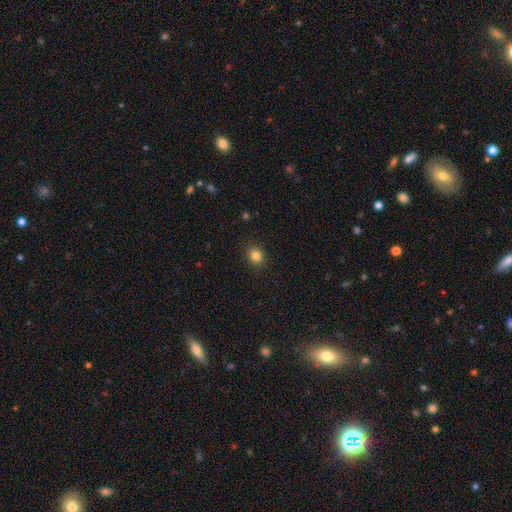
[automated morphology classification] Q: Smooth or featured?
A: smooth (84%); runner-up: star or artifact (11%)
Q: How rounded?
A: round (71%); runner-up: in between (28%)
Q: Merging?
A: none (90%); runner-up: minor disturbance (7%)